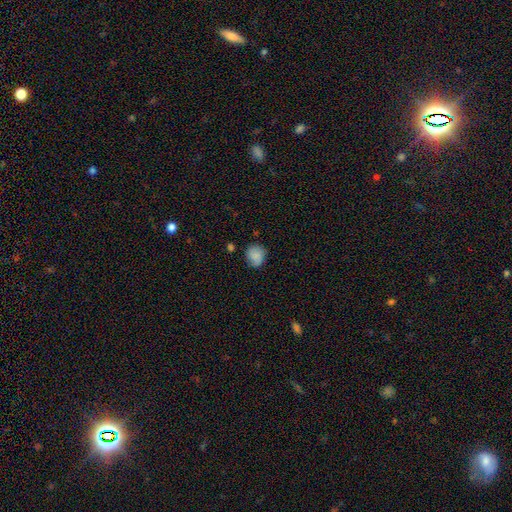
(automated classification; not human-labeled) Morphology: type=smooth (82%); roundness=round (76%); merging=none (67%).